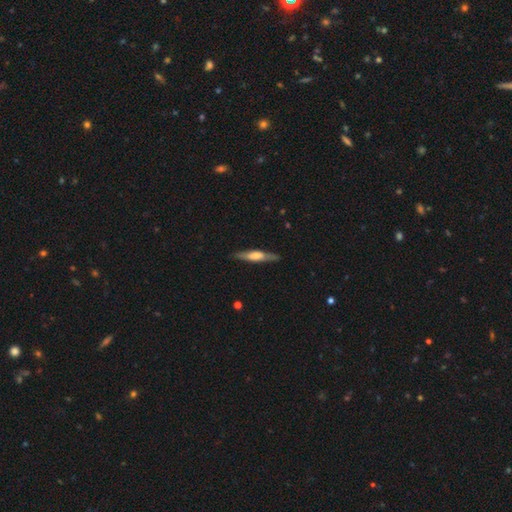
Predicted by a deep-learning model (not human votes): A featured or disk galaxy (55%) viewed edge-on (93%) with a rounded central bulge (58%). Merging: none (86%).